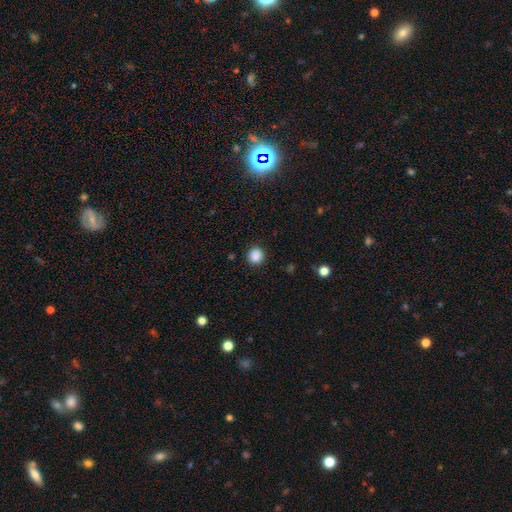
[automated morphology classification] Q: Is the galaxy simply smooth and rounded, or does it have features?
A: smooth — 87%.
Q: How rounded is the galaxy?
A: round — 90%.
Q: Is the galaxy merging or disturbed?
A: none — 90%.